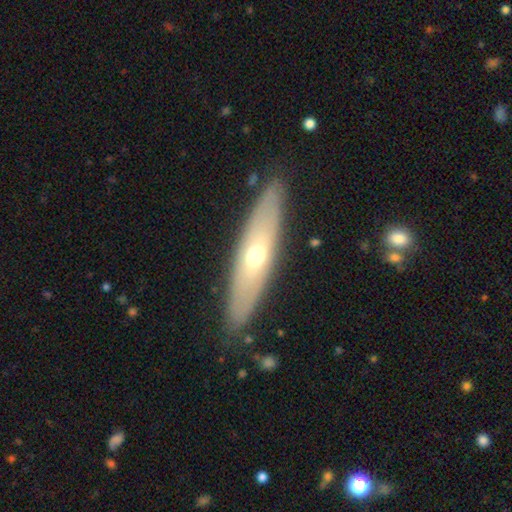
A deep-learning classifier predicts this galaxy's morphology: This is possibly a featured or disk galaxy (51%). It is possibly viewed edge-on (60%). Merging: clearly none (87%).